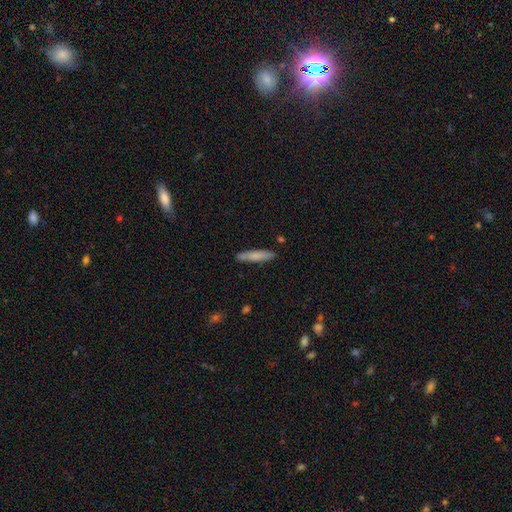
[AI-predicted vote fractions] Smooth or featured?
  - smooth: 77% *
  - featured or disk: 18%
  - star or artifact: 6%
How rounded?
  - cigar-shaped: 87% *
  - in between: 12%
  - round: 1%
Merging?
  - none: 86% *
  - minor disturbance: 10%
  - merger: 2%
  - major disturbance: 2%